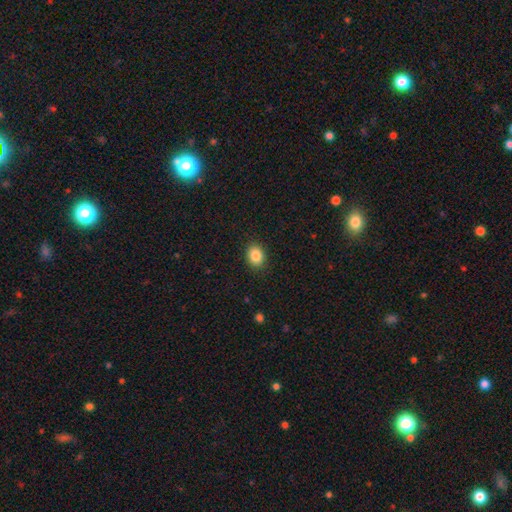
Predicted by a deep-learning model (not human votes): smooth 86%, star or artifact 9%, featured or disk 5%. Down the decision tree: how rounded — in between (60%); merging — none (89%).